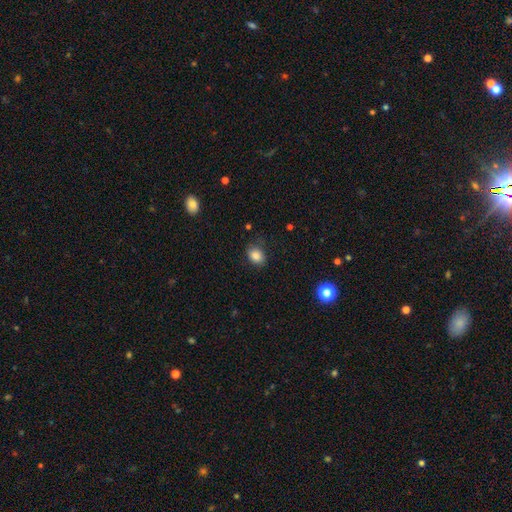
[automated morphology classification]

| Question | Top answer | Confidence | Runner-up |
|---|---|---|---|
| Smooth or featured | smooth | 85% | star or artifact (10%) |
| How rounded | in between | 58% | round (41%) |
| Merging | none | 77% | minor disturbance (18%) |